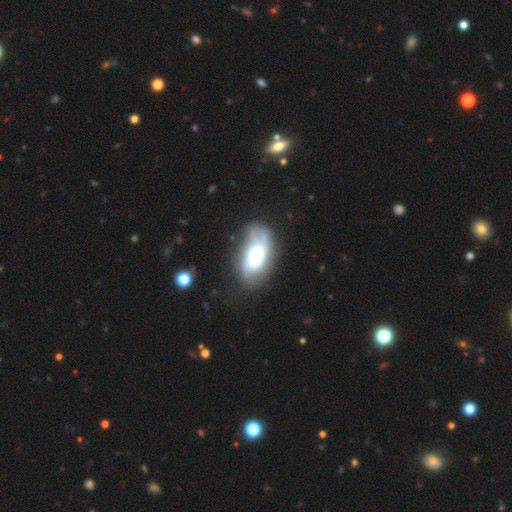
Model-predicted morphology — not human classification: smooth 48%, featured or disk 44%, star or artifact 8%. Down the decision tree: merging — none (51%).